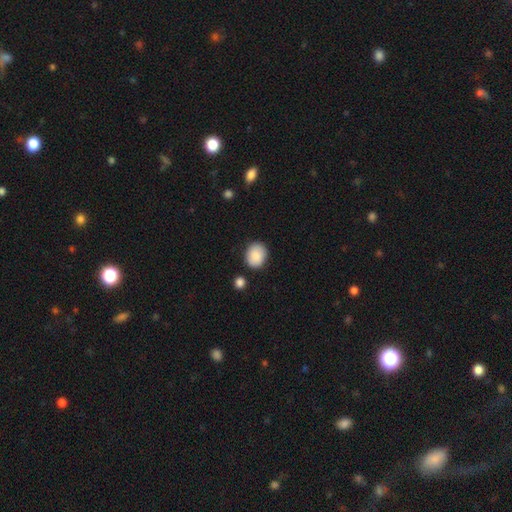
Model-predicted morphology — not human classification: Smooth or featured: smooth — 89% (star or artifact — 7%)
How rounded: in between — 50% (round — 49%)
Merging: none — 82% (minor disturbance — 12%)